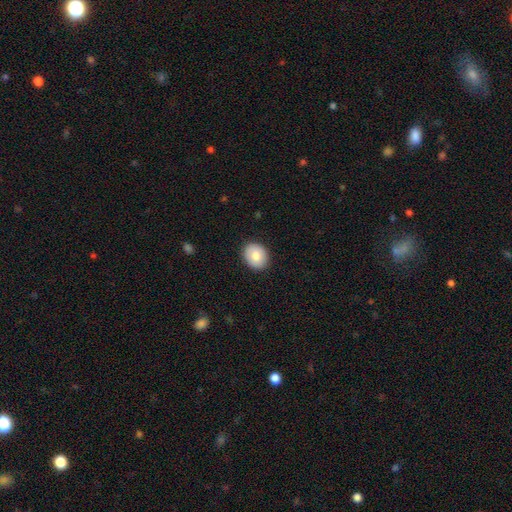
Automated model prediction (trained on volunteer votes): smooth 78%, featured or disk 15%, star or artifact 7%. Down the decision tree: how rounded — round (58%); merging — none (89%).